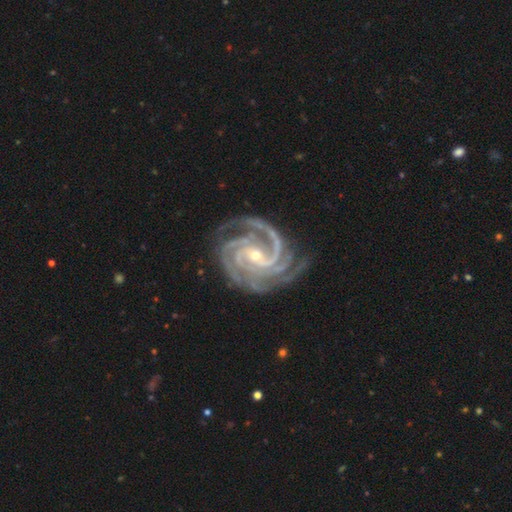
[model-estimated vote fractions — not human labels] Overall: featured or disk (94%). Edge-on disk: no (98%). Bar: no (37%; weak 35%). Spiral arms: yes (99%). Spiral arm count: 4 (33%; 3 30%). Spiral winding: tight (73%). Bulge size: small (68%; moderate 29%). Merging: none (77%).